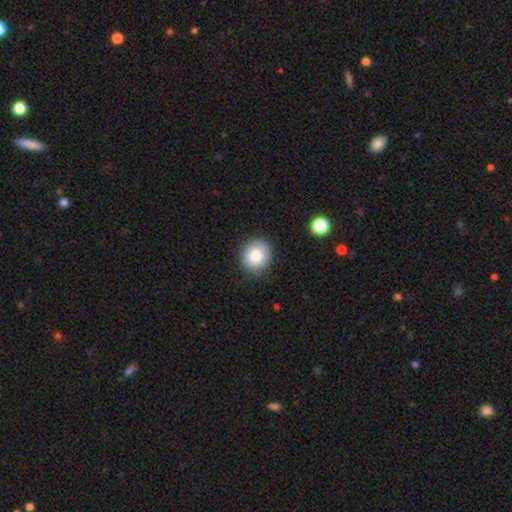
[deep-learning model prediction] Smooth or featured? smooth (82%)
How rounded? round (79%)
Merging? none (85%)